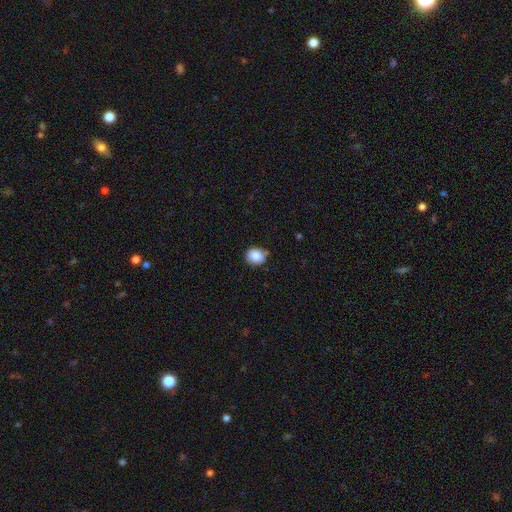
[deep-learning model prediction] Q: Smooth or featured?
A: smooth (85%); runner-up: star or artifact (9%)
Q: How rounded?
A: round (72%); runner-up: in between (27%)
Q: Merging?
A: none (80%); runner-up: minor disturbance (16%)